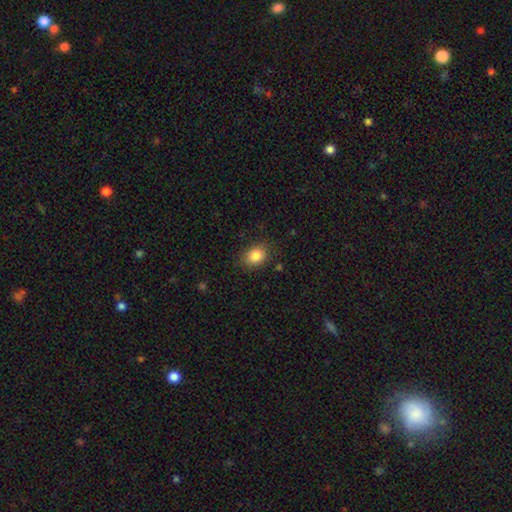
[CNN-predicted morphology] A smooth galaxy with no disk features (85%) that is in between round and cigar-shaped (60%).

Vote fractions:
- Smooth or featured? smooth: 85% / star or artifact: 9% / featured or disk: 6%
- How rounded? in between: 60% / round: 39% / cigar-shaped: 1%
- Merging? none: 82% / minor disturbance: 13% / major disturbance: 3% / merger: 1%